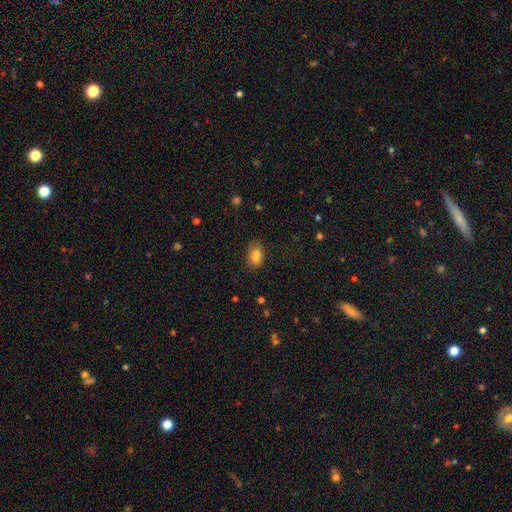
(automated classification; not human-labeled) Smooth or featured? Predicted: smooth (p=0.84). How rounded? Predicted: in between (p=0.87). Merging? Predicted: none (p=0.81).